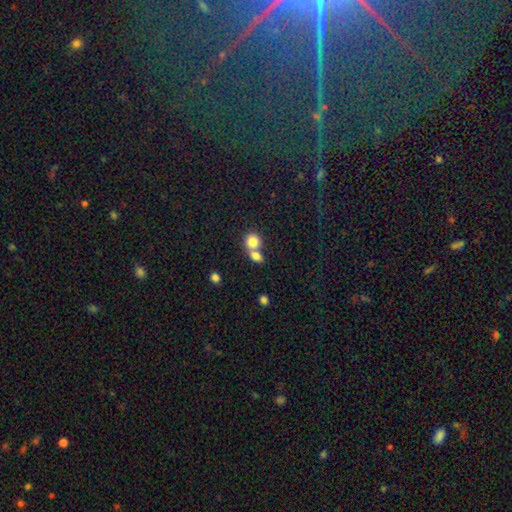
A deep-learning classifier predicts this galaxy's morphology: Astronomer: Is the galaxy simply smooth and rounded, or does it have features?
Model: smooth — 79%.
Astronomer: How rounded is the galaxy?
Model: round — 61% (runner-up: in between, 38%).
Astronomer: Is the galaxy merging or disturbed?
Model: merger — 60%.